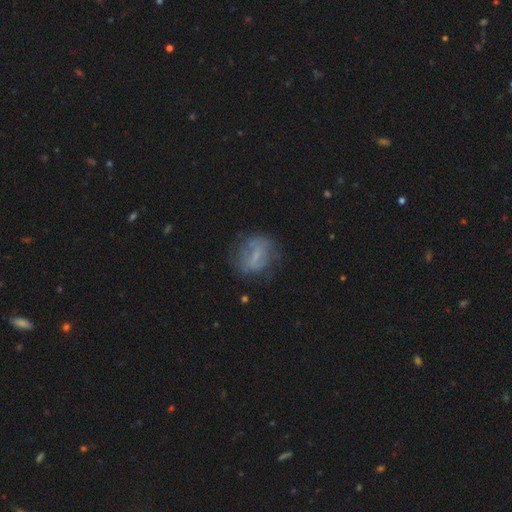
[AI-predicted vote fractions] The model was most divided on "smooth or featured": featured or disk: 49%, smooth: 40%, star or artifact: 11%. More confident: merging — none (64%).